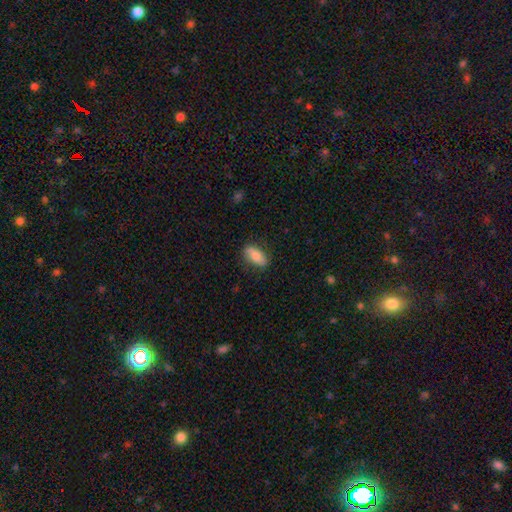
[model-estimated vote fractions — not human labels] Smooth or featured?
  - smooth: 73% *
  - featured or disk: 21%
  - star or artifact: 6%
How rounded?
  - in between: 85% *
  - cigar-shaped: 11%
  - round: 4%
Merging?
  - none: 80% *
  - minor disturbance: 15%
  - major disturbance: 3%
  - merger: 1%